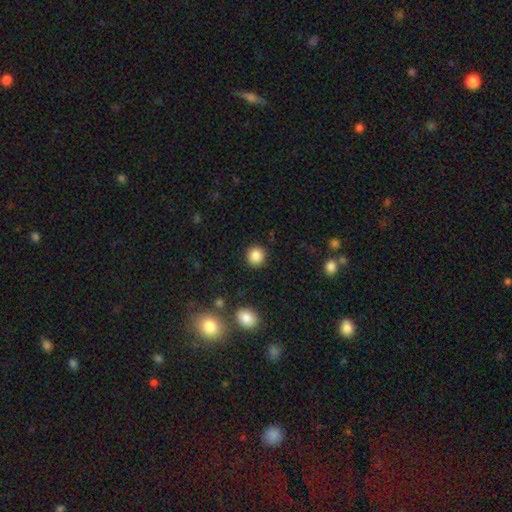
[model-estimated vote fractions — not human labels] A smooth galaxy with no disk features (86%) that is round (92%). Merging: none (90%).